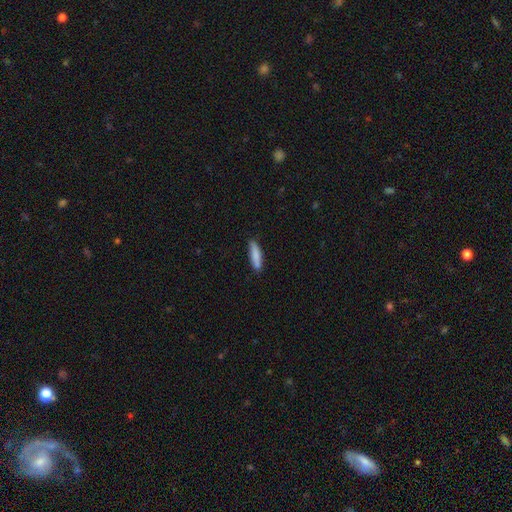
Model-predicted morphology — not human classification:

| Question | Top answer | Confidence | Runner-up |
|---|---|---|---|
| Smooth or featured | smooth | 85% | featured or disk (9%) |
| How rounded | cigar-shaped | 76% | in between (22%) |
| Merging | none | 85% | minor disturbance (12%) |